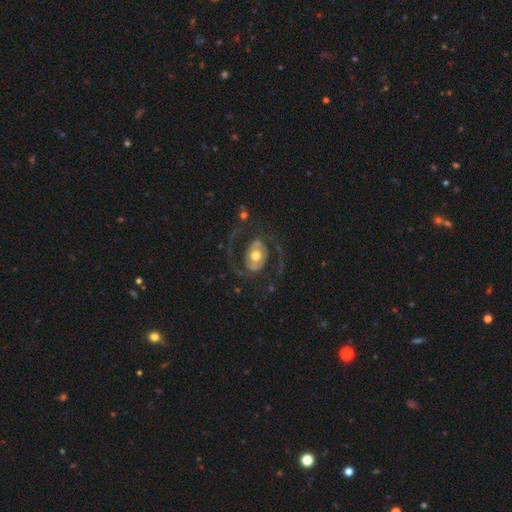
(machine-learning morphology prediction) This is likely a featured or disk galaxy (79%). It is clearly not viewed edge-on (97%). Bar: likely no (62%). Spiral arm pattern: likely yes (79%). Spiral arm count: clearly 2 (88%). Spiral winding: marginally medium (44%). Central bulge: likely moderate (71%). Merging: likely none (65%).